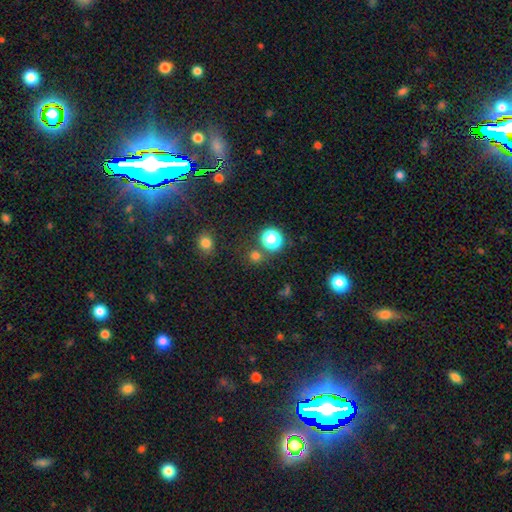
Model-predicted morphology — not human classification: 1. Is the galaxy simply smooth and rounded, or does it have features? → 69% smooth, 25% star or artifact, 5% featured or disk.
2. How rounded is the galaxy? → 90% round, 9% in between, 1% cigar-shaped.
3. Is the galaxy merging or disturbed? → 76% none, 13% merger, 8% minor disturbance, 4% major disturbance.